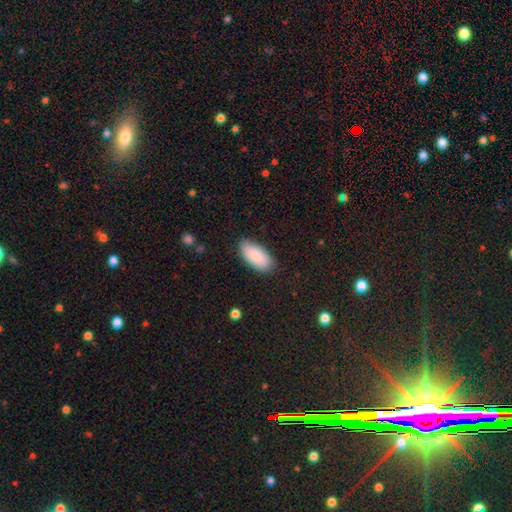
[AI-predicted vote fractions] A smooth galaxy with no disk features (87%) that is in between round and cigar-shaped (92%). Merging: none (84%).